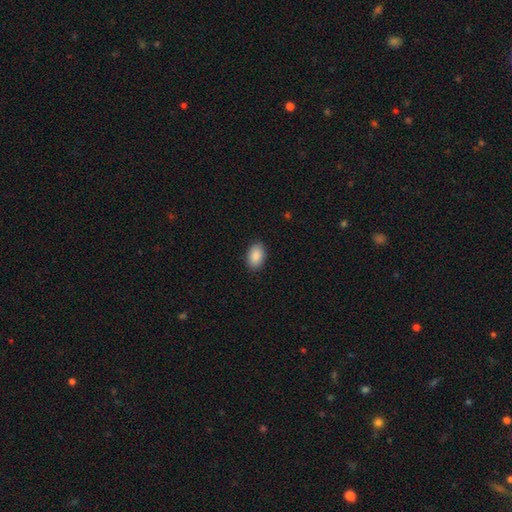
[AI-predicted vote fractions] smooth_or_featured: smooth (p=0.90) [alt: star or artifact p=0.07]
how_rounded: in between (p=0.90) [alt: round p=0.09]
merging: none (p=0.89) [alt: minor disturbance p=0.08]